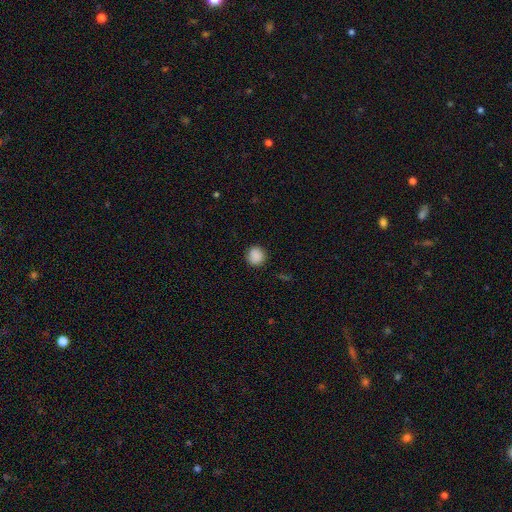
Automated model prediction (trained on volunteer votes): Smooth or featured?
  - smooth: 88% *
  - star or artifact: 9%
  - featured or disk: 3%
How rounded?
  - round: 91% *
  - in between: 8%
  - cigar-shaped: 1%
Merging?
  - none: 90% *
  - minor disturbance: 7%
  - major disturbance: 2%
  - merger: 1%